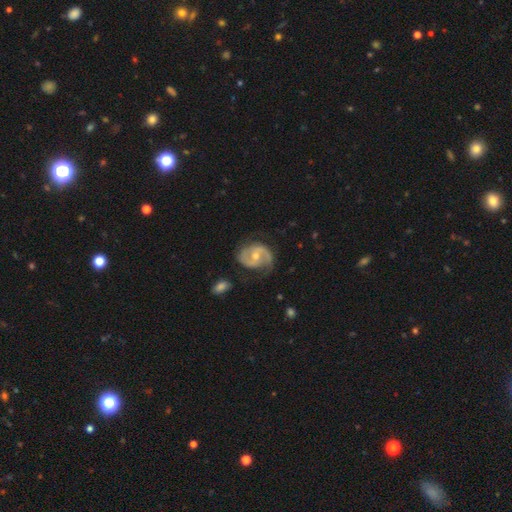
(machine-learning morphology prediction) Q: Smooth or featured?
A: featured or disk (86%); runner-up: smooth (9%)
Q: Edge-on disk?
A: no (98%); runner-up: yes (2%)
Q: Bar?
A: no (44%); runner-up: weak (43%)
Q: Spiral arms?
A: yes (95%); runner-up: no (5%)
Q: Spiral winding?
A: medium (52%); runner-up: loose (25%)
Q: Spiral arm count?
A: 2 (88%); runner-up: can't tell (5%)
Q: Bulge size?
A: moderate (52%); runner-up: small (45%)
Q: Merging?
A: none (70%); runner-up: minor disturbance (20%)